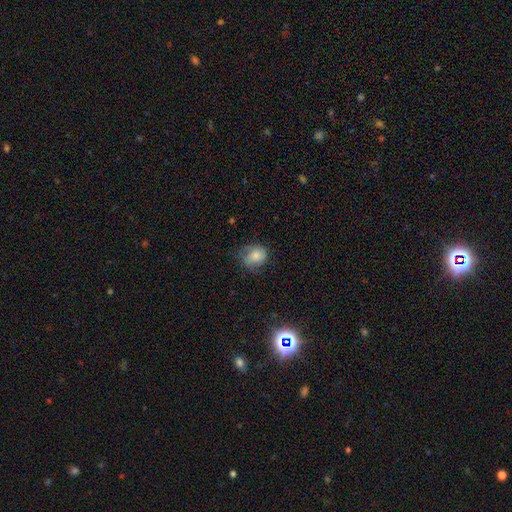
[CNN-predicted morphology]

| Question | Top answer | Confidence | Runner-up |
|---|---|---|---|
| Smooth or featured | smooth | 77% | featured or disk (14%) |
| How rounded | round | 54% | in between (45%) |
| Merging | none | 54% | minor disturbance (30%) |